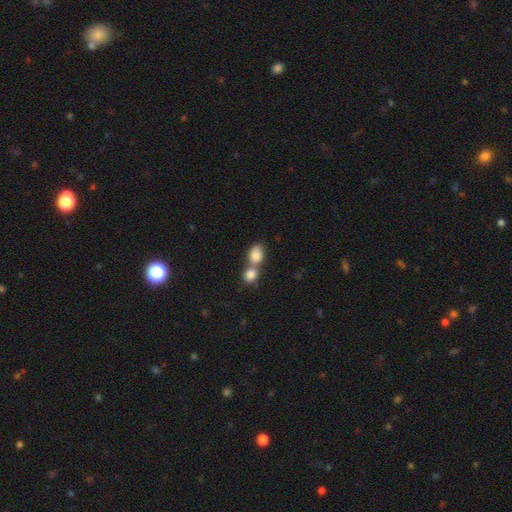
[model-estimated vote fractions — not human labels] Smooth or featured?
  - smooth: 84% *
  - featured or disk: 8%
  - star or artifact: 8%
How rounded?
  - in between: 68% *
  - round: 30%
  - cigar-shaped: 2%
Merging?
  - merger: 65% *
  - none: 25%
  - minor disturbance: 6%
  - major disturbance: 3%